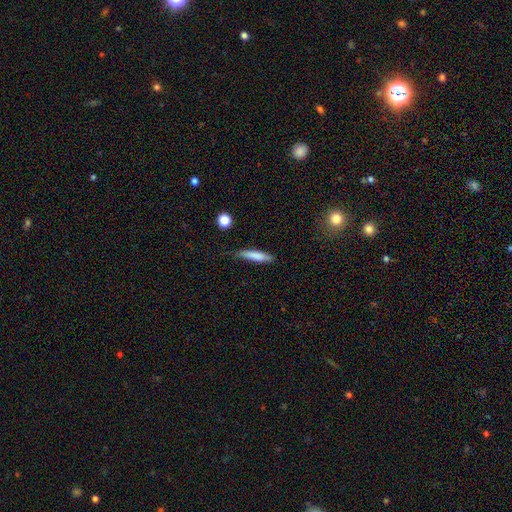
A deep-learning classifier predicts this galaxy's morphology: A smooth galaxy with no disk features (77%) that is cigar-shaped (87%). Merging: none (70%).